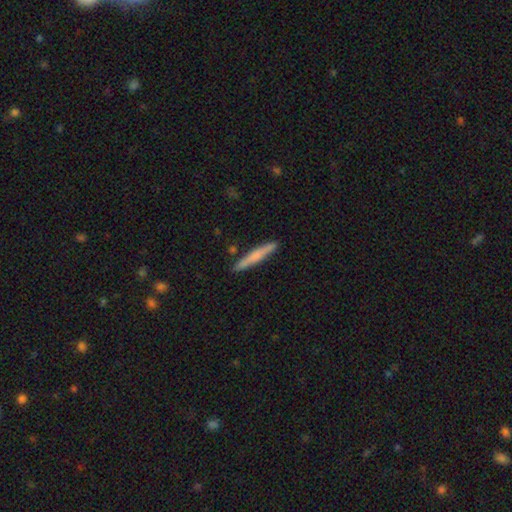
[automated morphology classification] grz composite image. It shows a smooth galaxy with no disk features (61%) that is cigar-shaped (95%). Merging: none (88%).